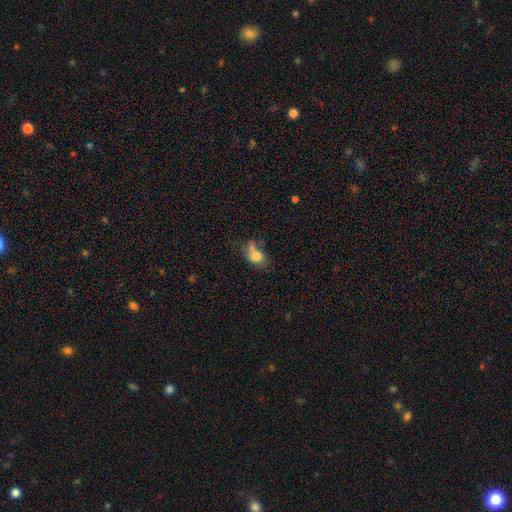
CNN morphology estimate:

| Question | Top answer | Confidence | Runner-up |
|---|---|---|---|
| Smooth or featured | smooth | 75% | featured or disk (15%) |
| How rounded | in between | 67% | round (31%) |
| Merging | merger | 34% | none (31%) |